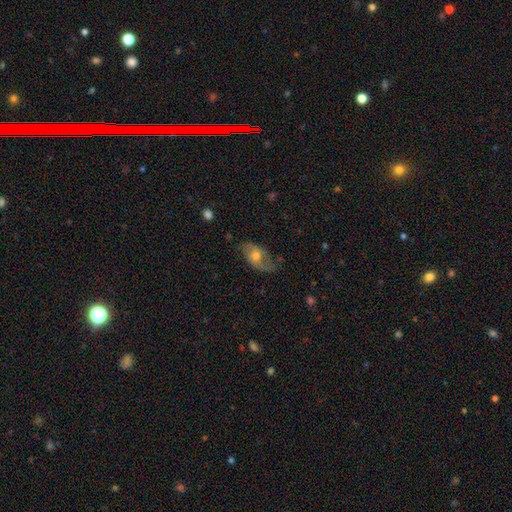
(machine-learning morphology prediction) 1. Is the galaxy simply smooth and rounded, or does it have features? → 55% featured or disk, 37% smooth, 8% star or artifact.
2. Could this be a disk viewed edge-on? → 90% no, 10% yes.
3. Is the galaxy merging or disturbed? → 65% none, 23% minor disturbance, 10% major disturbance, 2% merger.